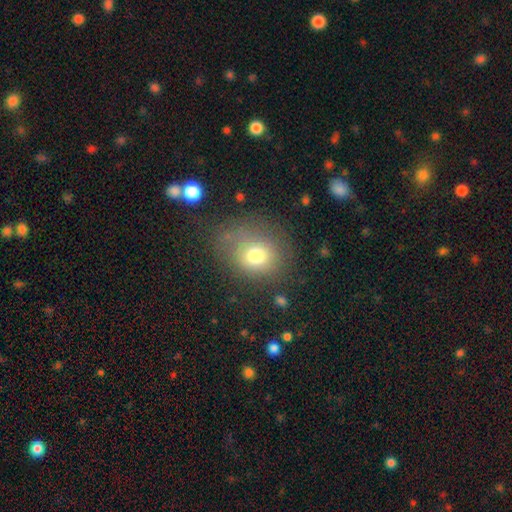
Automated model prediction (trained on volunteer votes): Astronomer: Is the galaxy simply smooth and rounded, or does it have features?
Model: smooth — 74%.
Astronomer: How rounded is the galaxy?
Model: round — 68%.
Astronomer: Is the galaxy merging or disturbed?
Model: none — 61%.